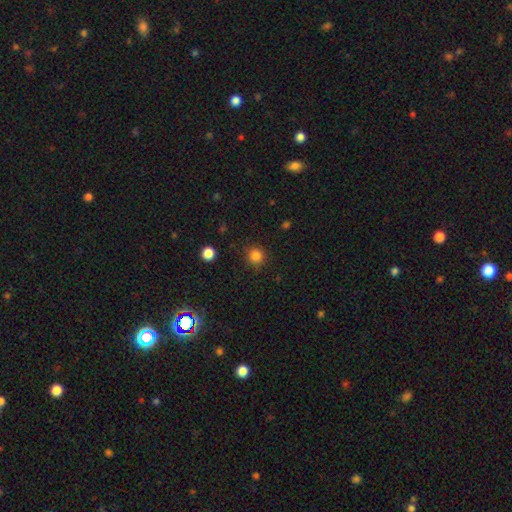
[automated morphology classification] Smooth or featured? Predicted: smooth (p=0.83). How rounded? Predicted: round (p=0.93). Merging? Predicted: none (p=0.86).